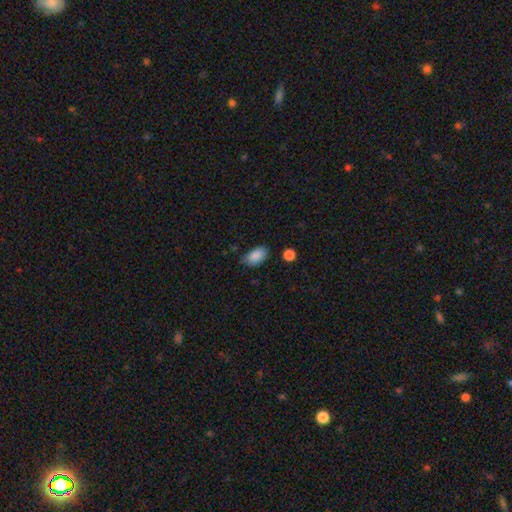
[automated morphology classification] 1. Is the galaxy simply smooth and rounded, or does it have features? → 88% smooth, 7% star or artifact, 5% featured or disk.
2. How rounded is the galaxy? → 93% in between, 6% round, 2% cigar-shaped.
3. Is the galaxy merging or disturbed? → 70% none, 23% minor disturbance, 4% major disturbance, 3% merger.